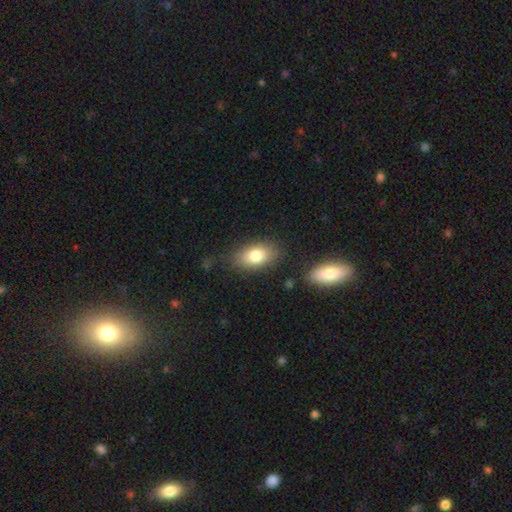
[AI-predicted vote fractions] smooth-or-featured: smooth: 80% | featured or disk: 12% | star or artifact: 8%
  how-rounded: in between: 88% | round: 9% | cigar-shaped: 3%
  merging: none: 77% | minor disturbance: 15% | major disturbance: 5% | merger: 3%